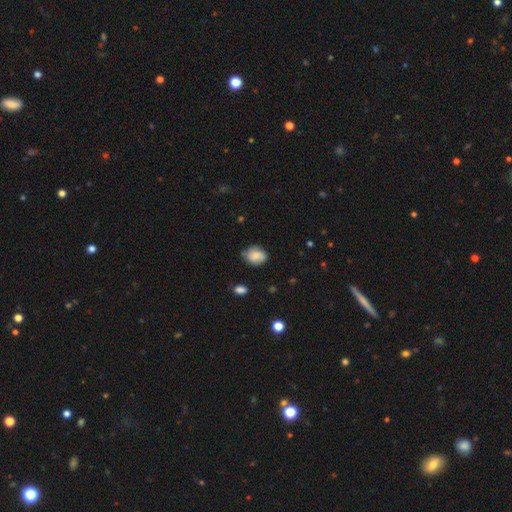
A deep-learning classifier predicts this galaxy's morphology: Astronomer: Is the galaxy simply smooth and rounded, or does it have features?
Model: smooth — 73%.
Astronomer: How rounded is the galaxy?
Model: in between — 52% (runner-up: round, 46%).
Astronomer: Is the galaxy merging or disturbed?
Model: none — 64%.